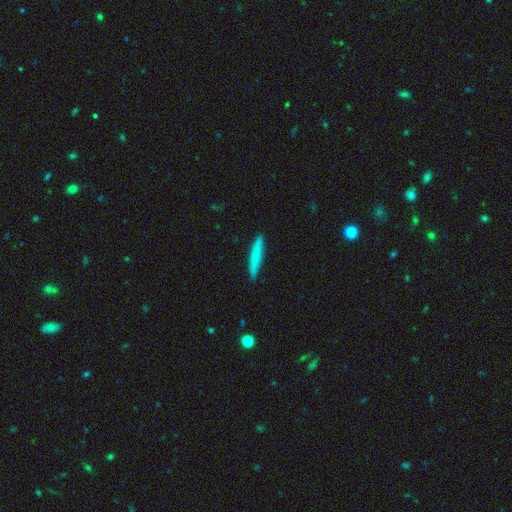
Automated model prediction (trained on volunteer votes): The model was most divided on "smooth or featured": smooth: 73%, featured or disk: 21%, star or artifact: 6%. More confident: how rounded — cigar-shaped (94%); merging — none (90%).